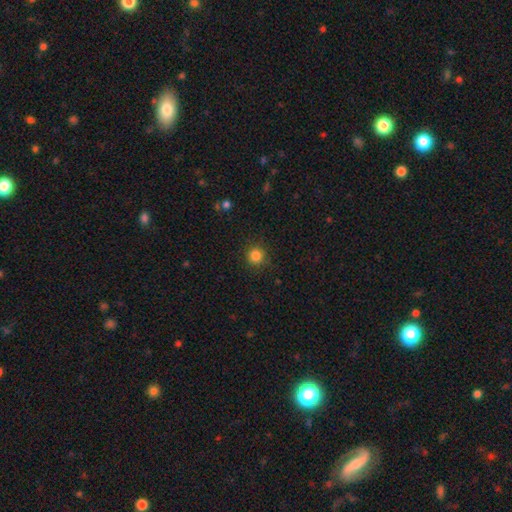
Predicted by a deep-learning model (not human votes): smooth-or-featured: smooth: 84% | star or artifact: 12% | featured or disk: 4%
  how-rounded: round: 94% | in between: 5% | cigar-shaped: 1%
  merging: none: 87% | minor disturbance: 9% | major disturbance: 3% | merger: 1%